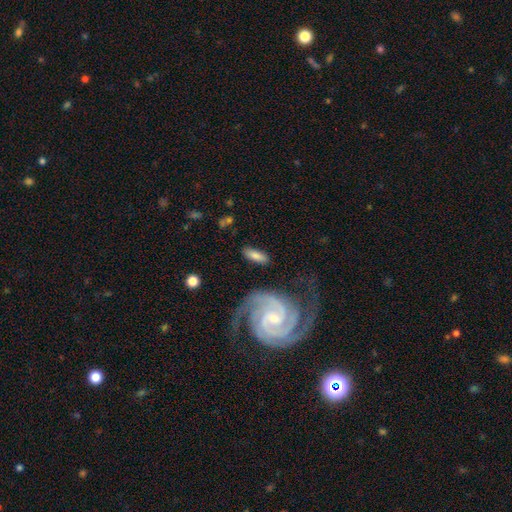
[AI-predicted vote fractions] A smooth galaxy with no disk features (68%) that is in between round and cigar-shaped (67%).

Vote fractions:
- Smooth or featured? smooth: 68% / featured or disk: 26% / star or artifact: 6%
- How rounded? in between: 67% / cigar-shaped: 30% / round: 3%
- Merging? none: 80% / minor disturbance: 12% / major disturbance: 4% / merger: 4%